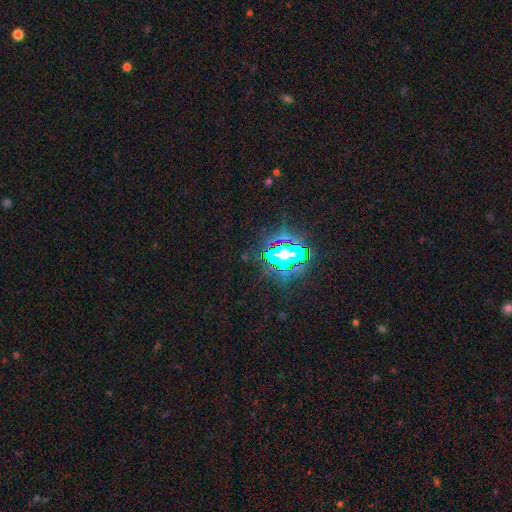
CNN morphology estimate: smooth-or-featured: star or artifact: 80% | smooth: 12% | featured or disk: 8%